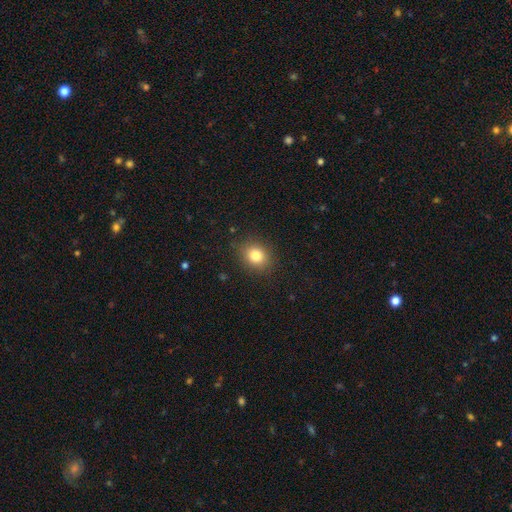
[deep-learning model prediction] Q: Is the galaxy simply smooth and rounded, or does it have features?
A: smooth — 81%.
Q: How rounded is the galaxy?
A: round — 60%.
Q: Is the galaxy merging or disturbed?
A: none — 86%.